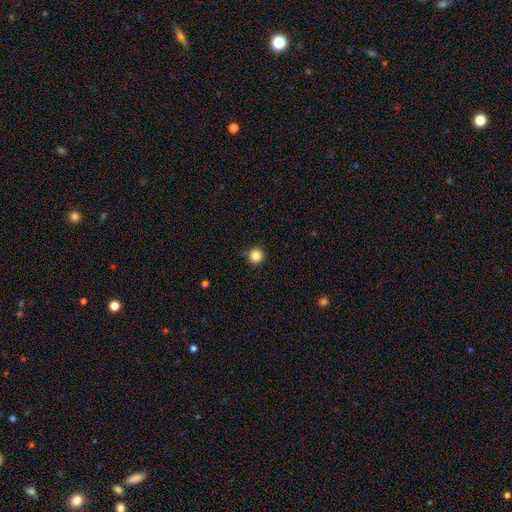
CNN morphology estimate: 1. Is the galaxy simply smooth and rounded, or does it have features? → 85% smooth, 11% star or artifact, 4% featured or disk.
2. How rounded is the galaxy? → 95% round, 4% in between, 1% cigar-shaped.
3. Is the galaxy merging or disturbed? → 88% none, 9% minor disturbance, 2% major disturbance, 1% merger.